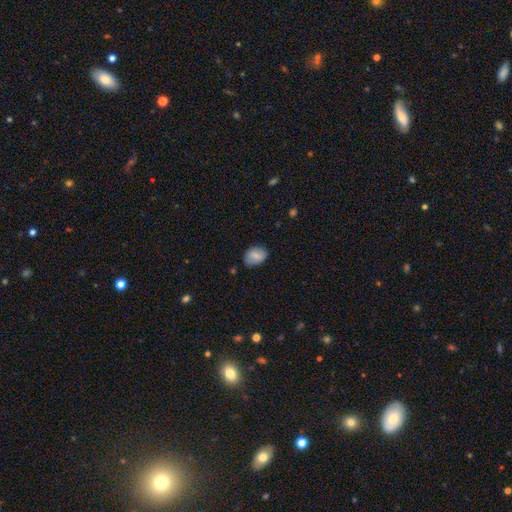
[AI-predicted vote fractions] This is likely a smooth galaxy (76%). How rounded: likely in between (75%). Merging: likely none (73%).